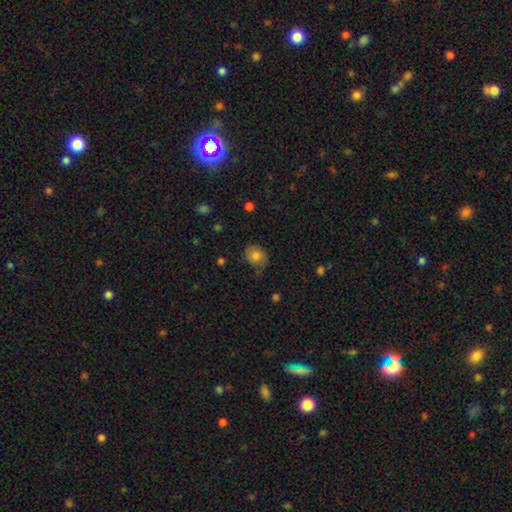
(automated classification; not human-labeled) This appears to be a smooth galaxy with no disk features (78%) that is round (60%). Merging: none (70%).